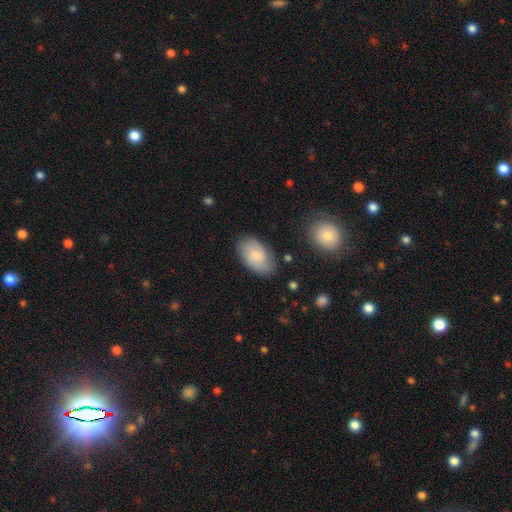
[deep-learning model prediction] Q: Smooth or featured?
A: smooth (67%); runner-up: featured or disk (26%)
Q: How rounded?
A: in between (93%); runner-up: round (5%)
Q: Merging?
A: none (79%); runner-up: minor disturbance (16%)